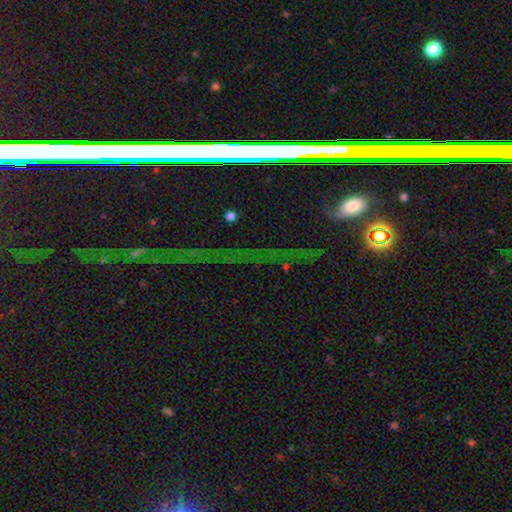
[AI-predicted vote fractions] Smooth or featured? star or artifact (68%)